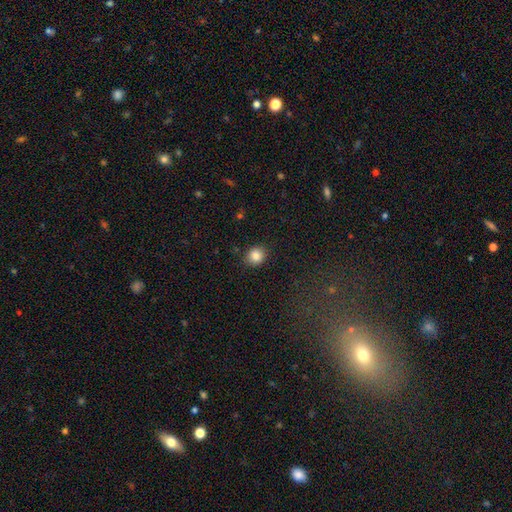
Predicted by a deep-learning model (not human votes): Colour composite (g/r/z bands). It shows a smooth galaxy with no disk features (84%) that is round (79%). Merging: none (89%).